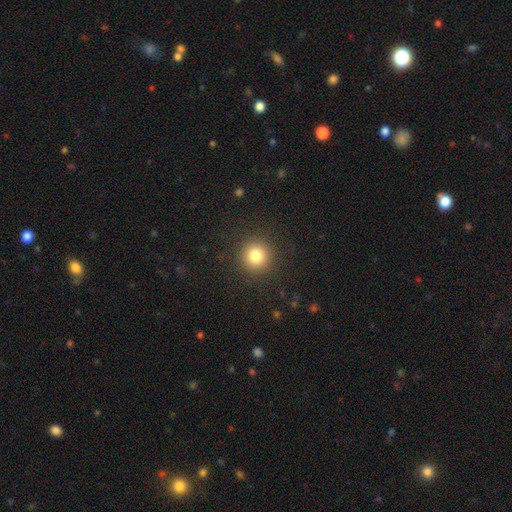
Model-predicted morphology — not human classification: smooth_or_featured: smooth (p=0.82) [alt: star or artifact p=0.12]
how_rounded: round (p=0.94) [alt: in between p=0.05]
merging: none (p=0.91) [alt: minor disturbance p=0.06]